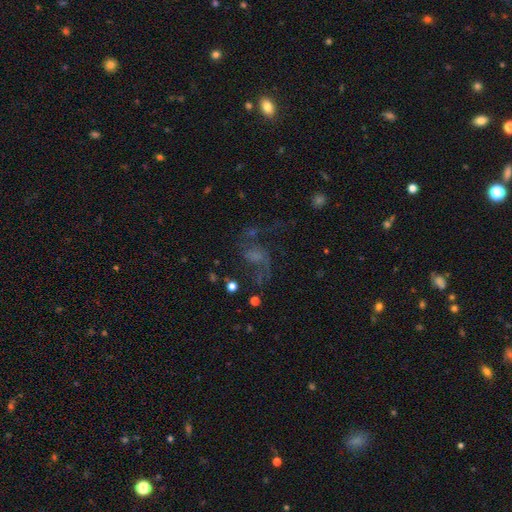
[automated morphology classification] Smooth or featured: featured or disk — 62% (star or artifact — 21%)
Edge-on disk: no — 97% (yes — 3%)
Bar: no — 58% (weak — 34%)
Spiral arms: yes — 82% (no — 18%)
Bulge size: none — 41% (small — 27%)
Merging: none — 47% (major disturbance — 31%)